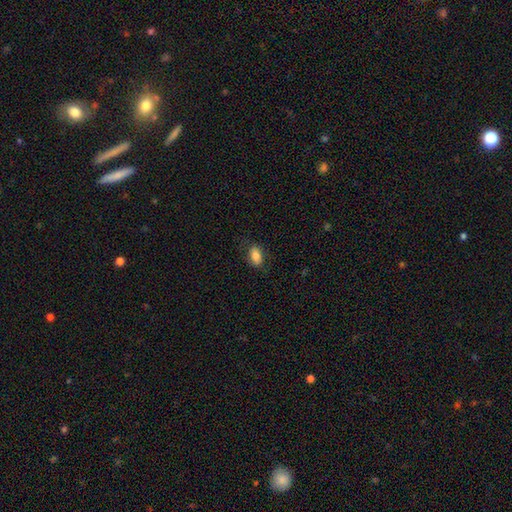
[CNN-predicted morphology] The model was most divided on "merging": none: 80%, minor disturbance: 15%, major disturbance: 4%, merger: 1%. More confident: how rounded — in between (88%); smooth or featured — smooth (81%).